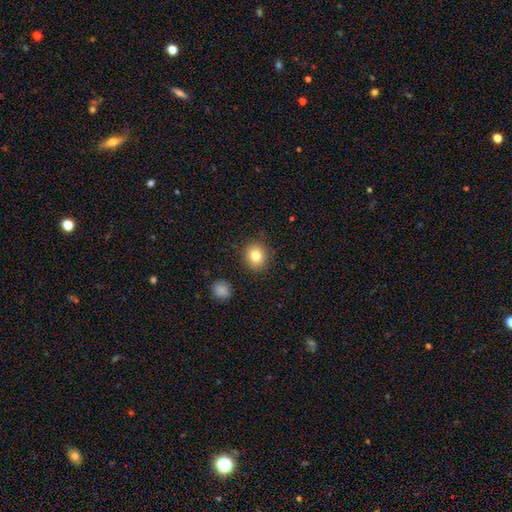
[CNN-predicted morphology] Overall: smooth (81%). How rounded: round (80%). Merging: none (88%).